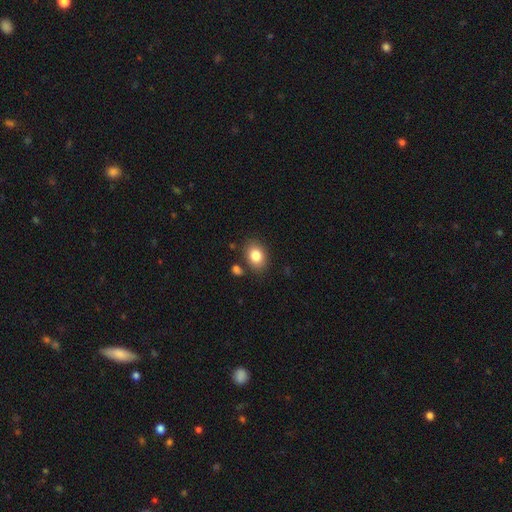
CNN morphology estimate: Smooth or featured: smooth — 84% (star or artifact — 9%)
How rounded: in between — 72% (round — 27%)
Merging: none — 79% (minor disturbance — 12%)